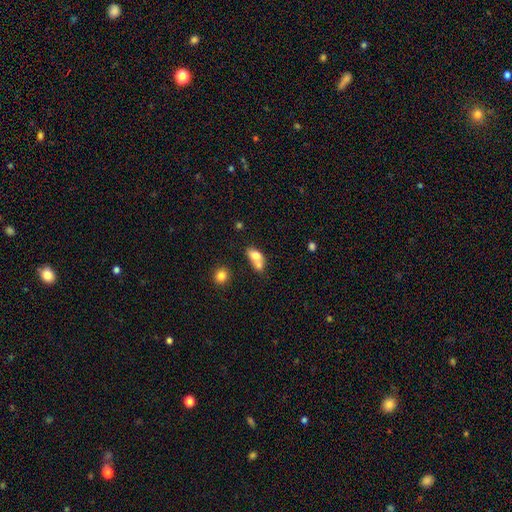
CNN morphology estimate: smooth_or_featured: smooth (p=0.71) [alt: featured or disk p=0.20]
how_rounded: in between (p=0.75) [alt: round p=0.20]
merging: merger (p=0.58) [alt: none p=0.24]